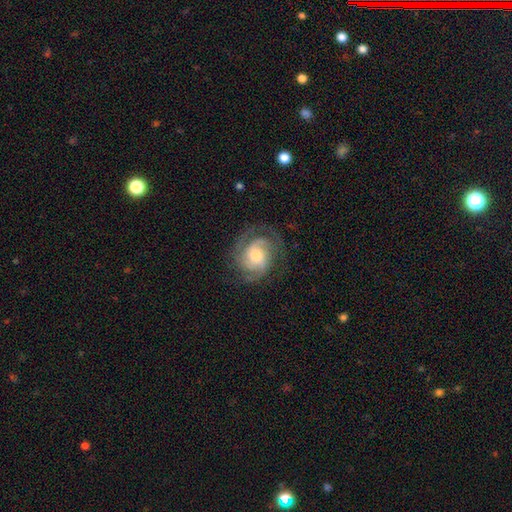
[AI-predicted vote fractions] A featured or disk galaxy (83%) with no bar (67%), 2 (42%) tight (50%) spiral arms (97%) and a moderate central bulge (36%).

Vote fractions:
- Smooth or featured? featured or disk: 83% / smooth: 11% / star or artifact: 6%
- Edge-on disk? no: 98% / yes: 2%
- Bar? no: 67% / weak: 27% / strong: 6%
- Spiral arms? yes: 97% / no: 3%
- Spiral winding? tight: 50% / medium: 41% / loose: 9%
- Spiral arm count? 2: 42% / 3: 28% / can't tell: 14% / 4: 6% / 1: 5% / more than 4: 5%
- Bulge size? moderate: 36% / small: 27% / large: 27% / none: 6% / dominant: 4%
- Merging? none: 72% / minor disturbance: 16% / major disturbance: 11% / merger: 1%